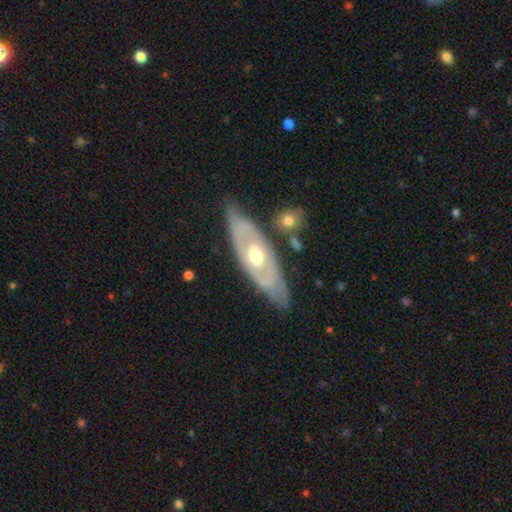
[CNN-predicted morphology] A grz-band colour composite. It shows a featured or disk galaxy (75%) with no bar (79%), no spiral arms (56%) and a moderate central bulge (76%). Merging: none (75%).